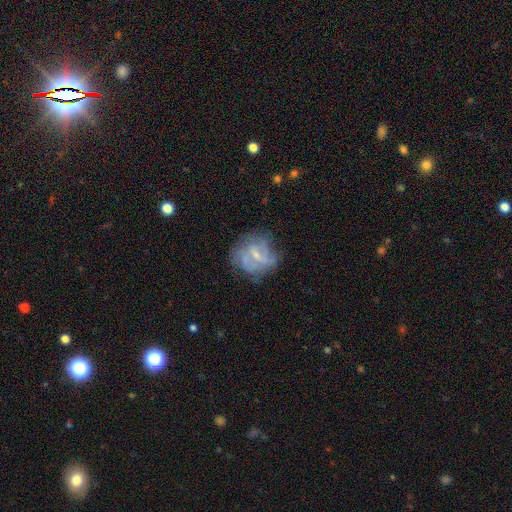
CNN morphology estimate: featured or disk 64%, smooth 26%, star or artifact 9%. Down the decision tree: edge-on disk — no (97%); bar — weak (50%); spiral arms — yes (63%); bulge size — small (60%); merging — none (55%).